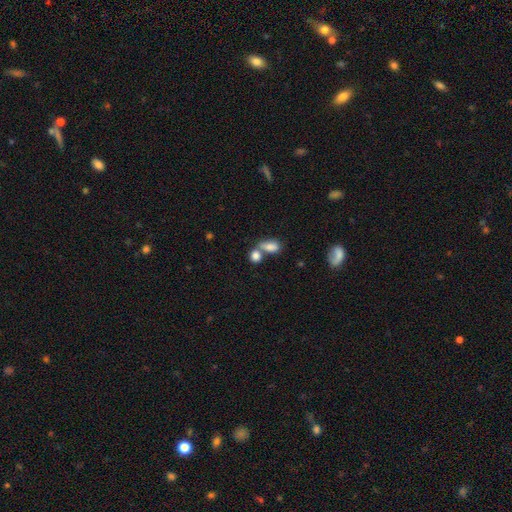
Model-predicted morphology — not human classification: smooth-or-featured: smooth: 83% | star or artifact: 9% | featured or disk: 8%
  how-rounded: in between: 61% | round: 36% | cigar-shaped: 3%
  merging: merger: 53% | none: 34% | minor disturbance: 8% | major disturbance: 4%